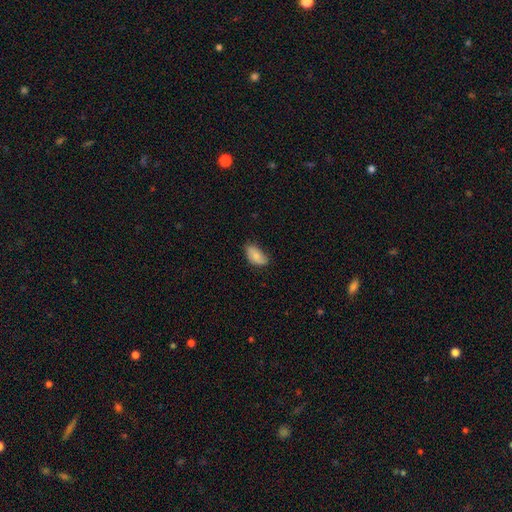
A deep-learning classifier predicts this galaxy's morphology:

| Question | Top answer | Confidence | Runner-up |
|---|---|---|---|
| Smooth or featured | smooth | 79% | featured or disk (14%) |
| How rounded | in between | 93% | round (4%) |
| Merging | none | 64% | minor disturbance (30%) |